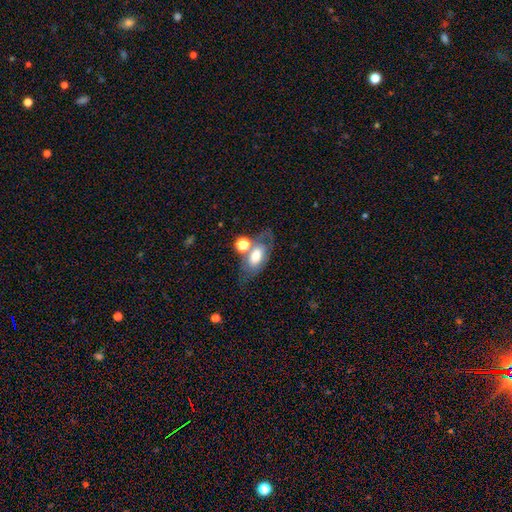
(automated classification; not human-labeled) A smooth galaxy with no disk features (61%) that is in between round and cigar-shaped (86%).

Vote fractions:
- Smooth or featured? smooth: 61% / featured or disk: 30% / star or artifact: 9%
- How rounded? in between: 86% / round: 10% / cigar-shaped: 4%
- Merging? none: 48% / merger: 25% / minor disturbance: 18% / major disturbance: 10%